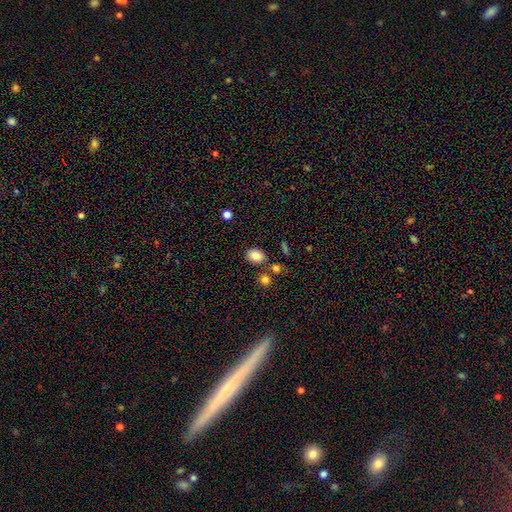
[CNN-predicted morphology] smooth 85%, star or artifact 10%, featured or disk 5%. Down the decision tree: how rounded — in between (66%); merging — none (78%).